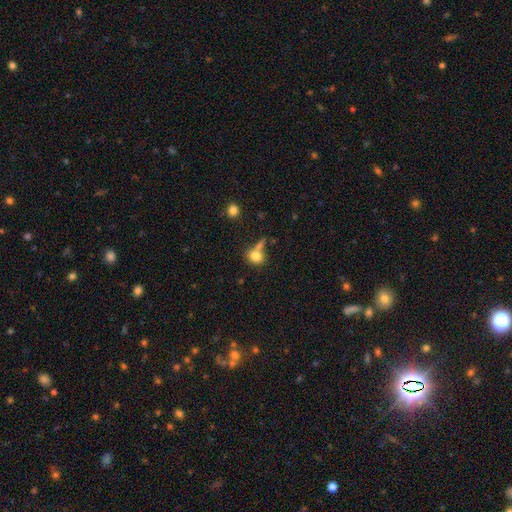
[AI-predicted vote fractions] Overall: smooth (79%). How rounded: round (58%; in between 40%). Merging: none (45%; merger 30%).